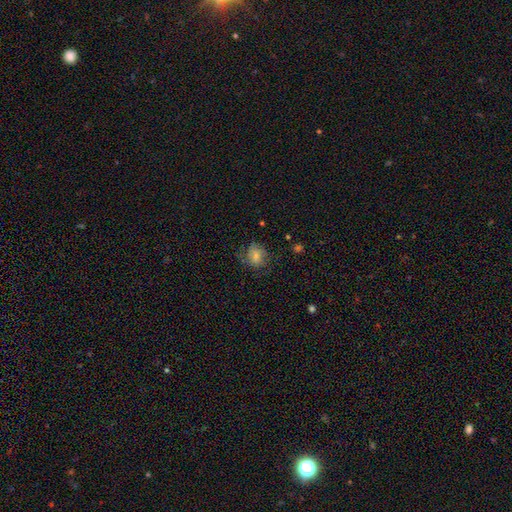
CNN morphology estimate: smooth-or-featured: smooth: 72% | featured or disk: 18% | star or artifact: 10%
  how-rounded: round: 61% | in between: 38% | cigar-shaped: 1%
  merging: none: 65% | minor disturbance: 23% | major disturbance: 11% | merger: 2%